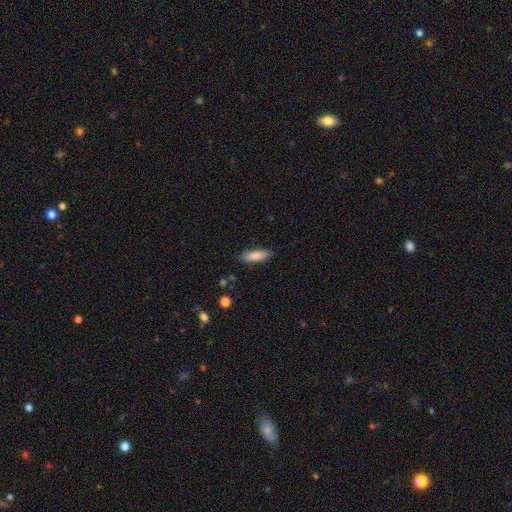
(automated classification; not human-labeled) smooth-or-featured: smooth: 84% | featured or disk: 10% | star or artifact: 6%
  how-rounded: in between: 54% | cigar-shaped: 45% | round: 2%
  merging: none: 85% | minor disturbance: 12% | major disturbance: 2% | merger: 1%